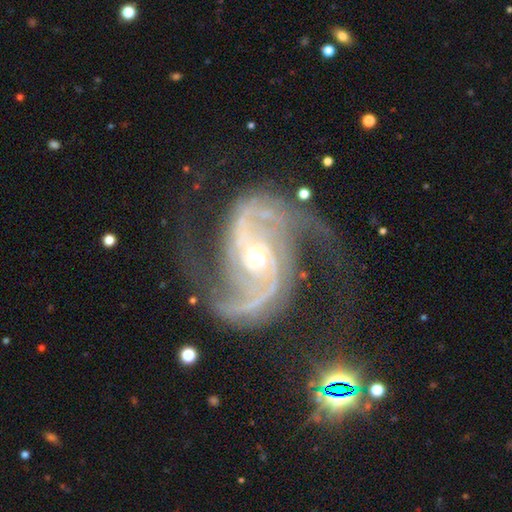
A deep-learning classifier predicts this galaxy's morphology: A featured or disk galaxy (92%) with no bar (51%), 2 (87%) medium (58%) spiral arms (99%) and a small central bulge (56%).

Vote fractions:
- Smooth or featured? featured or disk: 92% / star or artifact: 5% / smooth: 2%
- Edge-on disk? no: 98% / yes: 2%
- Bar? no: 51% / weak: 31% / strong: 17%
- Spiral arms? yes: 99% / no: 1%
- Spiral winding? medium: 58% / loose: 23% / tight: 19%
- Spiral arm count? 2: 87% / 3: 4% / can't tell: 3% / 4: 2% / 1: 2% / more than 4: 2%
- Bulge size? small: 56% / moderate: 40% / large: 2% / none: 1% / dominant: 1%
- Merging? none: 69% / minor disturbance: 17% / major disturbance: 12% / merger: 2%